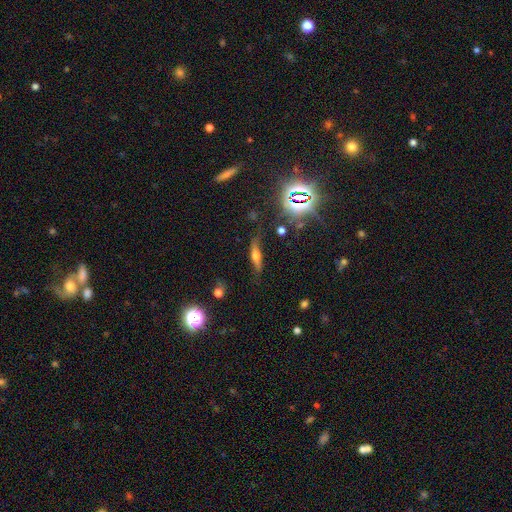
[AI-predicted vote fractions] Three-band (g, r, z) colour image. It shows a featured or disk galaxy (50%). Merging: none (68%).